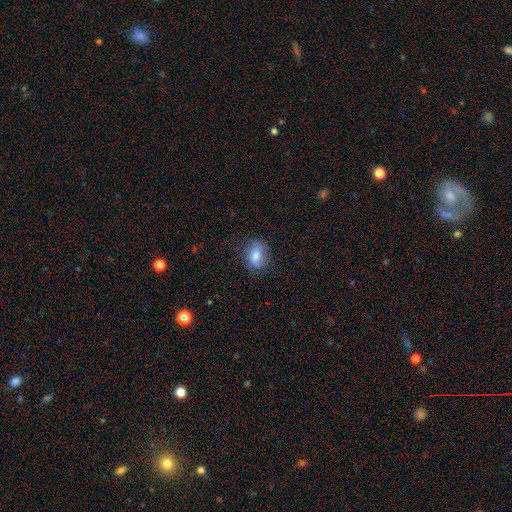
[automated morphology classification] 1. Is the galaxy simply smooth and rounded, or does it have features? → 68% smooth, 23% featured or disk, 9% star or artifact.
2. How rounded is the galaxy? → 71% in between, 26% round, 3% cigar-shaped.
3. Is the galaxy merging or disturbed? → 66% none, 23% minor disturbance, 9% major disturbance, 1% merger.